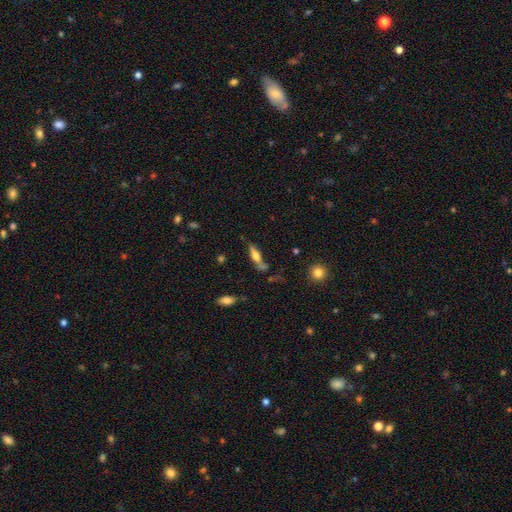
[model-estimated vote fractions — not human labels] Morphology: type=featured or disk (48%); merging=none (60%).